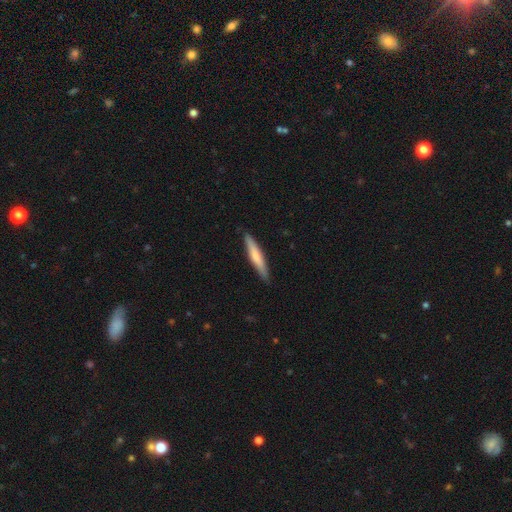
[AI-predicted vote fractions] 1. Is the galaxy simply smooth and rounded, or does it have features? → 67% smooth, 29% featured or disk, 5% star or artifact.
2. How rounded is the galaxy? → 92% cigar-shaped, 7% in between, 1% round.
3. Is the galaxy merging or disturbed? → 88% none, 10% minor disturbance, 2% major disturbance, 1% merger.